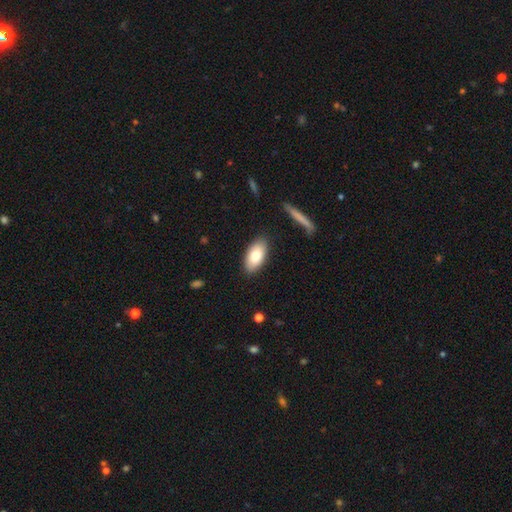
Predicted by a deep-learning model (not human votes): Smooth or featured?
  - smooth: 78% *
  - featured or disk: 16%
  - star or artifact: 6%
How rounded?
  - in between: 93% *
  - cigar-shaped: 4%
  - round: 3%
Merging?
  - none: 86% *
  - minor disturbance: 10%
  - major disturbance: 2%
  - merger: 2%